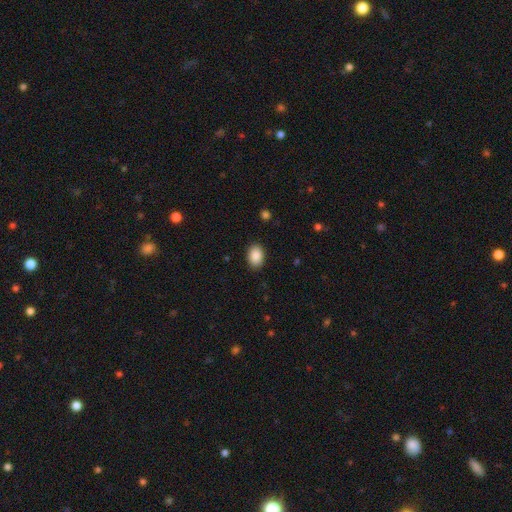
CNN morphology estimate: This appears to be a smooth galaxy with no disk features (89%) that is in between round and cigar-shaped (79%). Merging: none (89%).